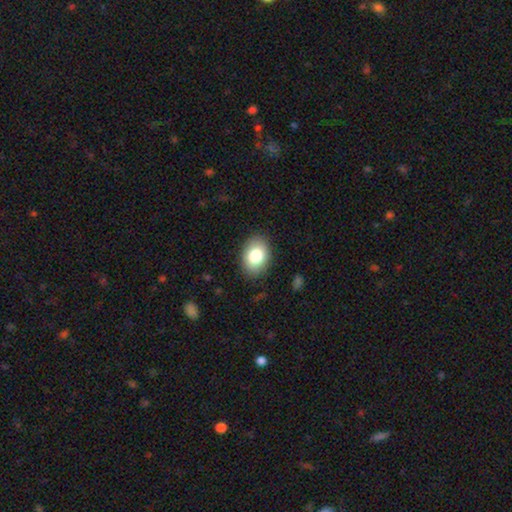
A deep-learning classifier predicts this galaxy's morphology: Smooth or featured: smooth — 82% (featured or disk — 11%)
How rounded: in between — 80% (round — 19%)
Merging: none — 86% (minor disturbance — 10%)